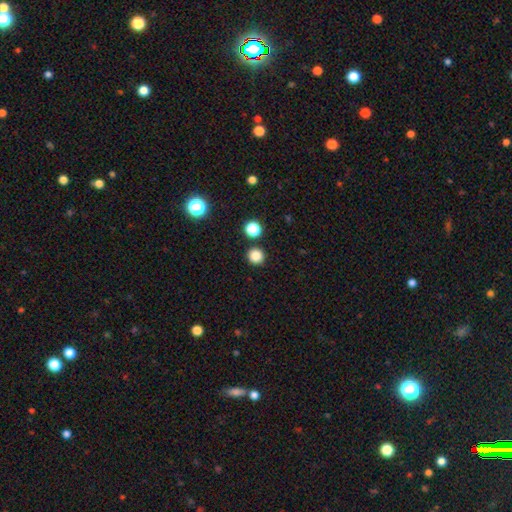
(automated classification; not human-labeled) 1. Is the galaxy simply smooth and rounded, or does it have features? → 83% smooth, 13% star or artifact, 4% featured or disk.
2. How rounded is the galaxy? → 94% round, 5% in between, 1% cigar-shaped.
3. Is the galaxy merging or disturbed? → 89% none, 5% minor disturbance, 4% merger, 2% major disturbance.